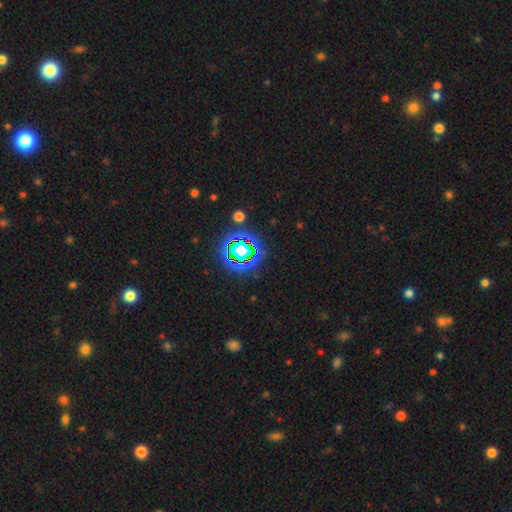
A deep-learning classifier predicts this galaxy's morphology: Smooth or featured? Predicted: star or artifact (p=0.73).